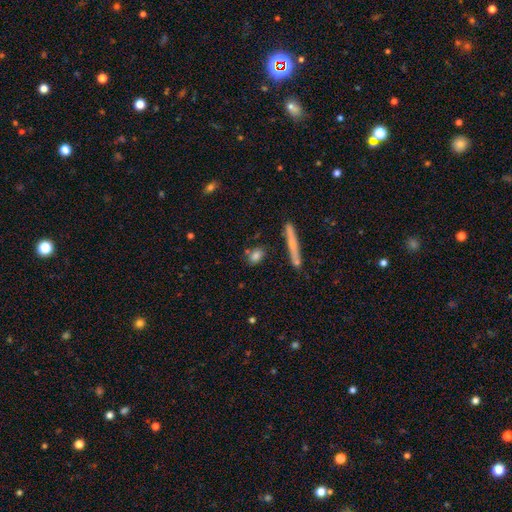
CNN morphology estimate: A smooth galaxy with no disk features (74%) that is in between round and cigar-shaped (60%).

Vote fractions:
- Smooth or featured? smooth: 74% / featured or disk: 16% / star or artifact: 10%
- How rounded? in between: 60% / round: 23% / cigar-shaped: 17%
- Merging? none: 69% / minor disturbance: 15% / merger: 11% / major disturbance: 4%